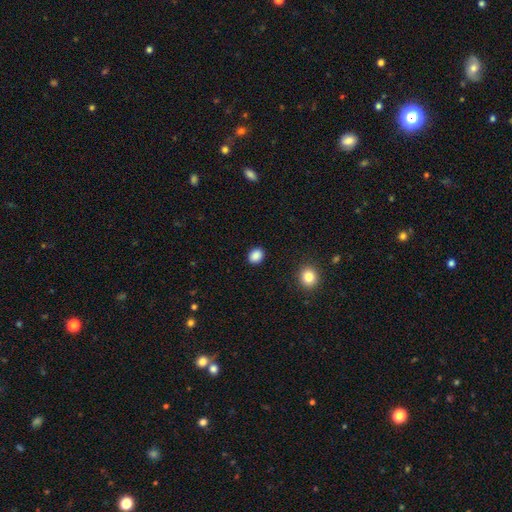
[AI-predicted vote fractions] Smooth or featured: smooth — 88% (star or artifact — 9%)
How rounded: round — 54% (in between — 45%)
Merging: none — 90% (minor disturbance — 6%)